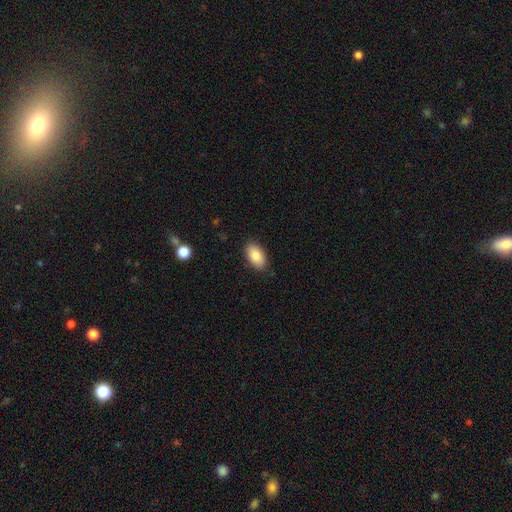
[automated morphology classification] type=smooth (87%); roundness=in between (94%); merging=none (87%).